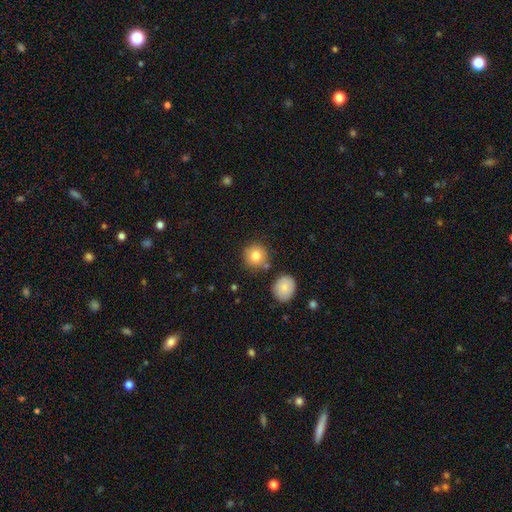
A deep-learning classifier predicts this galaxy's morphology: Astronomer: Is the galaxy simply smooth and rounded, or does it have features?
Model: smooth — 82%.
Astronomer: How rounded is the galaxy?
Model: round — 92%.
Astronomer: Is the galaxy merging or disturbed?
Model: none — 79%.